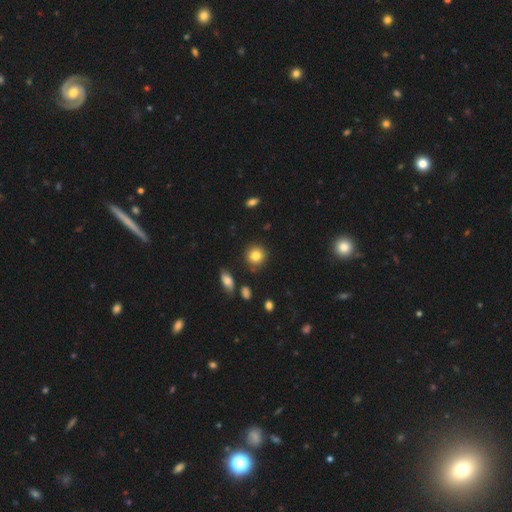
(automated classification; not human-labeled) A smooth galaxy with no disk features (83%) that is round (89%). Merging: none (85%).